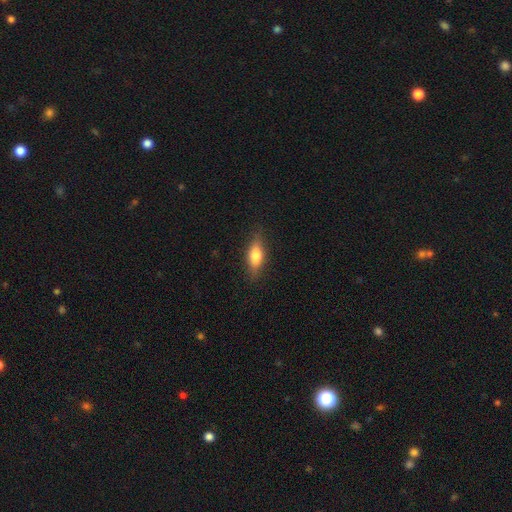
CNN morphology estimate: This appears to be a smooth galaxy with no disk features (70%) that is in between round and cigar-shaped (66%). Merging: none (84%).